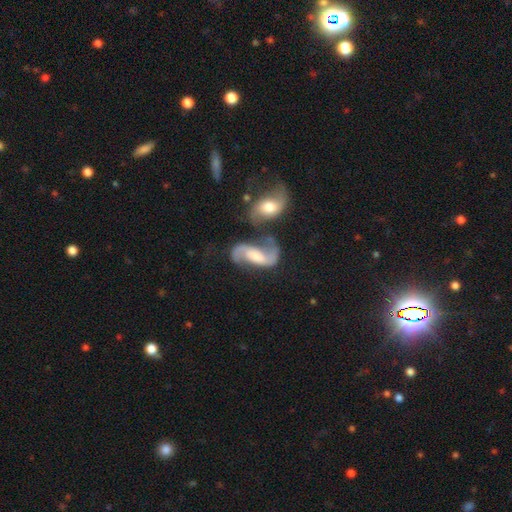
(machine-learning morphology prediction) This appears to be a featured or disk galaxy (84%) with a weak bar (41%), 2 (91%) loose (59%) spiral arms (95%) and a moderate central bulge (40%). Merging: none (44%).